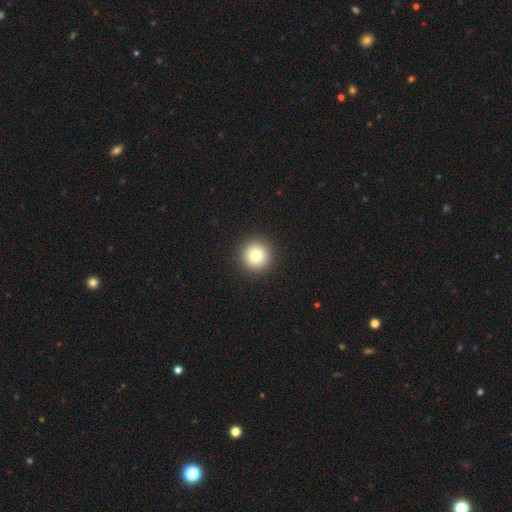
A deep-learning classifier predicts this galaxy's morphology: type=smooth (82%); roundness=round (96%); merging=none (93%).